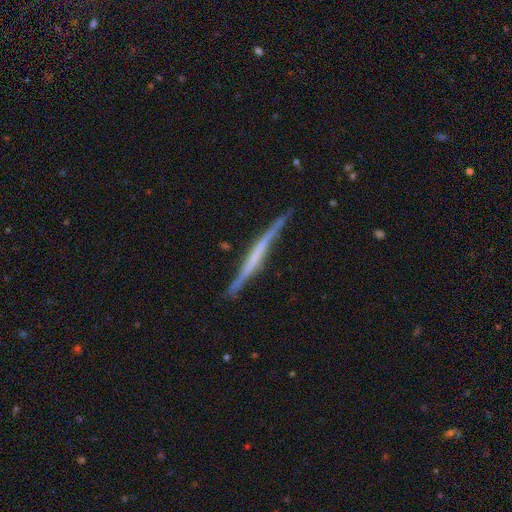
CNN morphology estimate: This appears to be a featured or disk galaxy (70%) viewed edge-on (97%) with no central bulge (72%). Merging: none (80%).